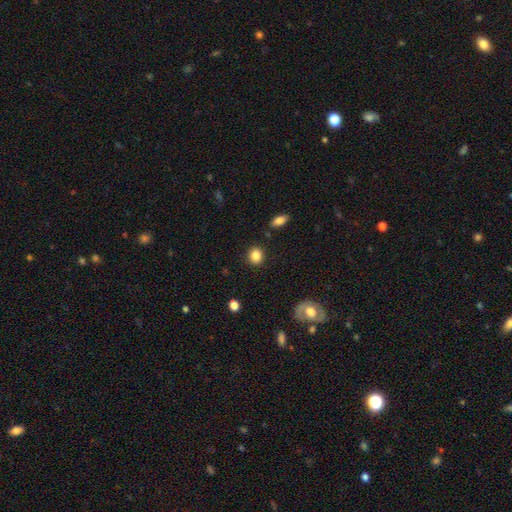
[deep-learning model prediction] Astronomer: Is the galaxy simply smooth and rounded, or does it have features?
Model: smooth — 85%.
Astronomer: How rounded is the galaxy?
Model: round — 77%.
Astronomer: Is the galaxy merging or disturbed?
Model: none — 88%.